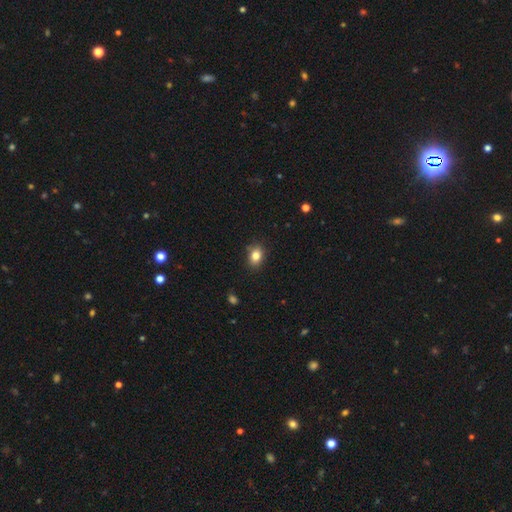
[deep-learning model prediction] This is clearly a smooth galaxy (83%). How rounded: likely in between (69%). Merging: clearly none (85%).